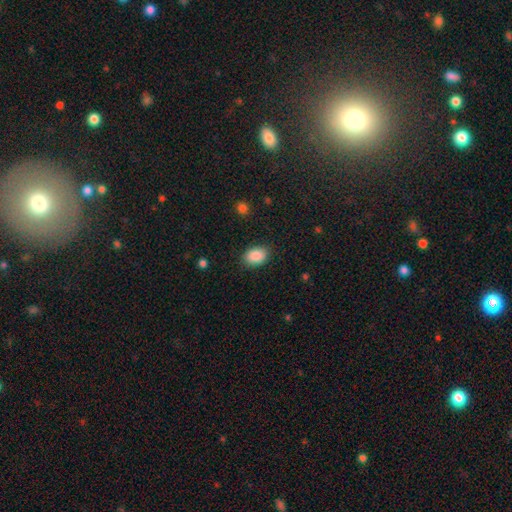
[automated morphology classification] smooth_or_featured: smooth (p=0.89) [alt: star or artifact p=0.07]
how_rounded: in between (p=0.80) [alt: round p=0.19]
merging: none (p=0.86) [alt: minor disturbance p=0.10]